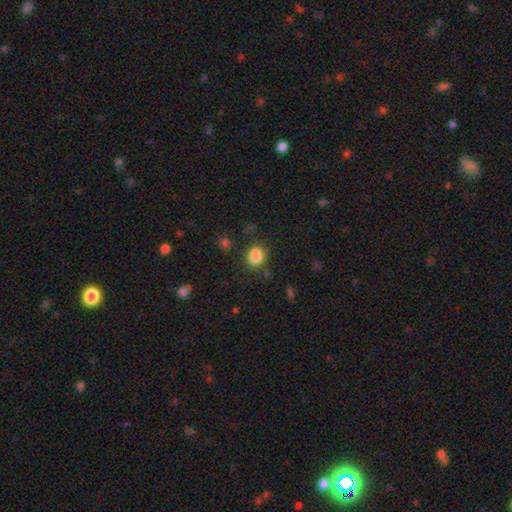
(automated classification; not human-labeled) Q: Smooth or featured?
A: smooth (86%); runner-up: star or artifact (10%)
Q: How rounded?
A: round (67%); runner-up: in between (32%)
Q: Merging?
A: none (80%); runner-up: minor disturbance (12%)